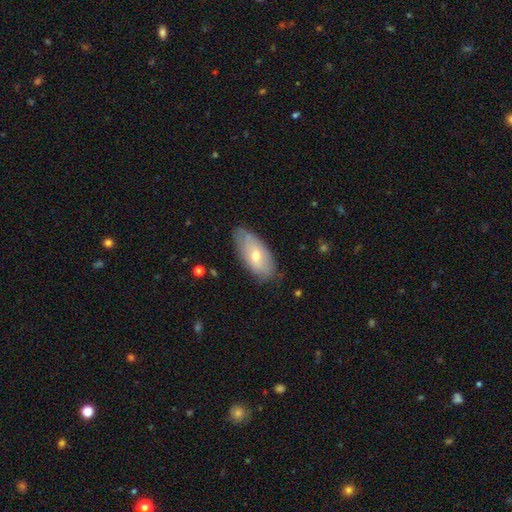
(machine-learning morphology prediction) This appears to be a smooth galaxy with no disk features (57%) that is in between round and cigar-shaped (88%). Merging: none (74%).